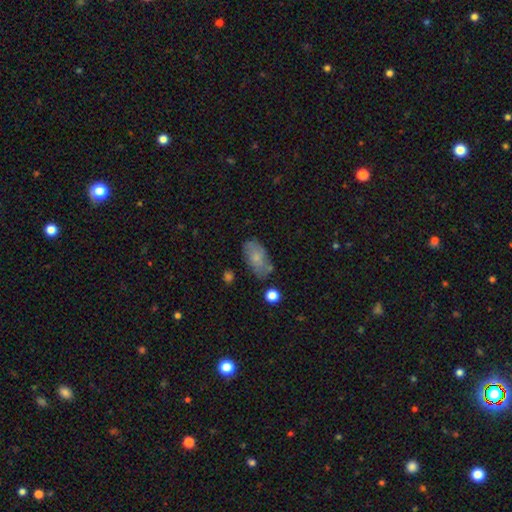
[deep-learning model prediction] smooth-or-featured: smooth: 72% | featured or disk: 20% | star or artifact: 7%
  how-rounded: in between: 93% | round: 5% | cigar-shaped: 3%
  merging: none: 65% | minor disturbance: 22% | merger: 7% | major disturbance: 6%